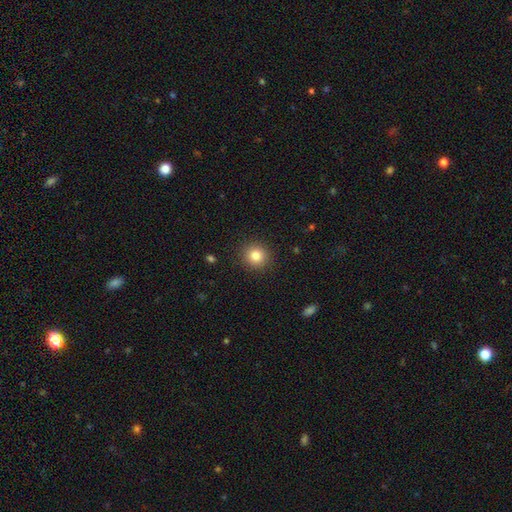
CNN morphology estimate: type=smooth (82%); roundness=round (93%); merging=none (91%).